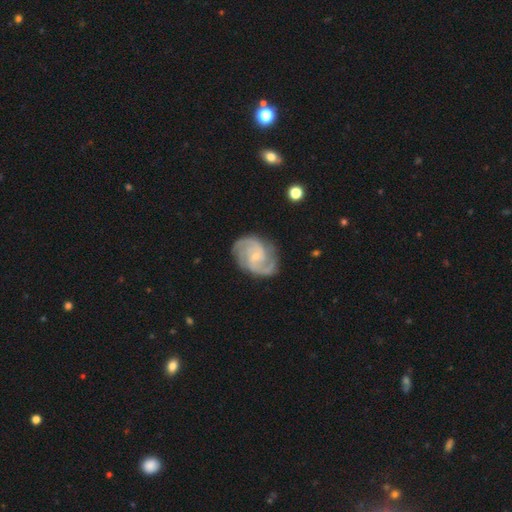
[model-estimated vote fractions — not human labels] This is clearly a featured or disk galaxy (89%). It is clearly not viewed edge-on (98%). Bar: possibly no (50%). Spiral arm pattern: clearly yes (98%). Spiral arm count: likely 2 (73%). Spiral winding: possibly medium (51%). Central bulge: likely small (74%). Merging: likely none (77%).